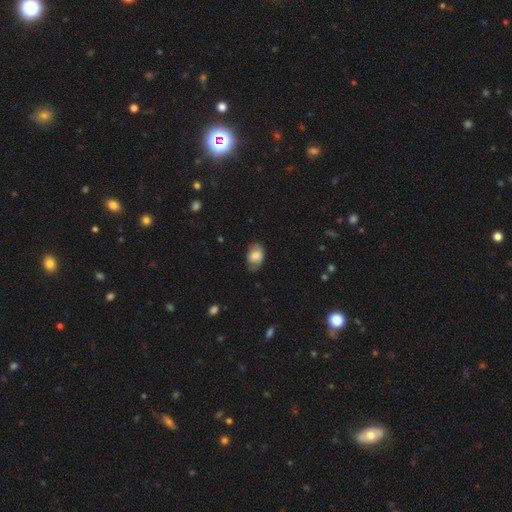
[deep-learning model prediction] smooth 73%, featured or disk 19%, star or artifact 8%. Down the decision tree: how rounded — in between (83%); merging — none (62%).